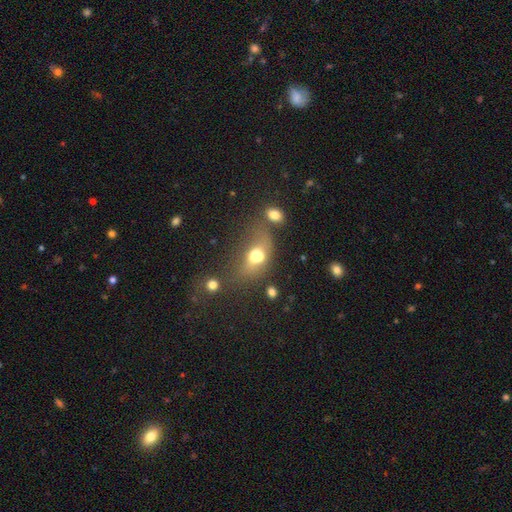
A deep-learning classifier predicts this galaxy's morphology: Smooth or featured: smooth — 63% (featured or disk — 23%)
How rounded: in between — 72% (round — 23%)
Merging: none — 29% (merger — 28%)